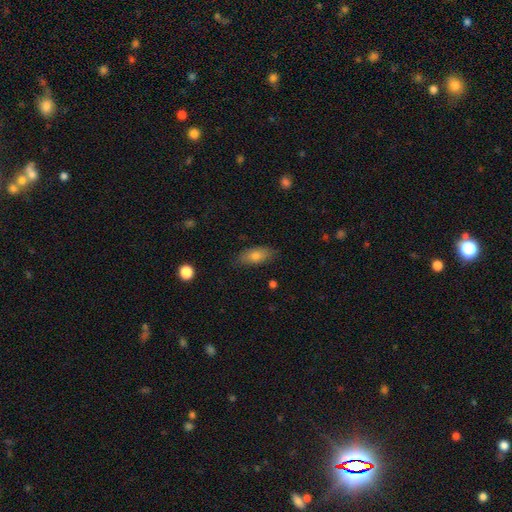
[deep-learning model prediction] This appears to be a smooth galaxy with no disk features (75%) that is in between round and cigar-shaped (81%). Merging: none (82%).